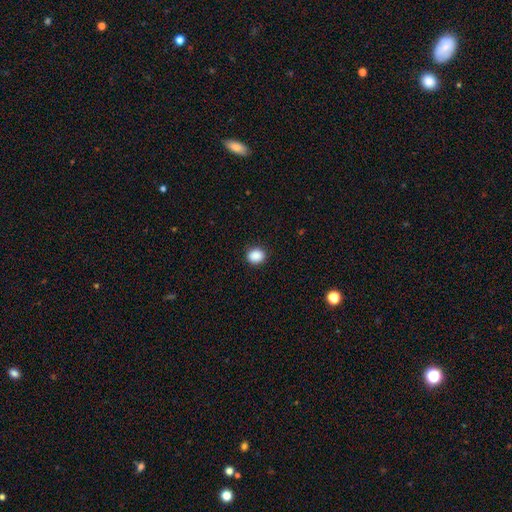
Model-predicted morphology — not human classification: Smooth or featured?
  - smooth: 89% *
  - star or artifact: 9%
  - featured or disk: 2%
How rounded?
  - round: 76% *
  - in between: 23%
  - cigar-shaped: 1%
Merging?
  - none: 90% *
  - minor disturbance: 7%
  - major disturbance: 2%
  - merger: 1%